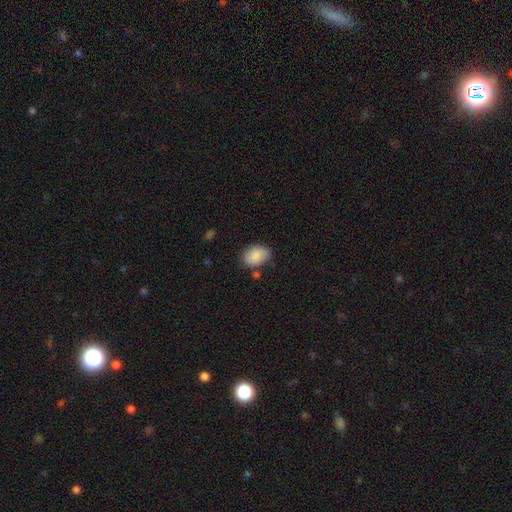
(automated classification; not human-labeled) This appears to be a smooth galaxy with no disk features (86%) that is in between round and cigar-shaped (81%). Merging: none (71%).